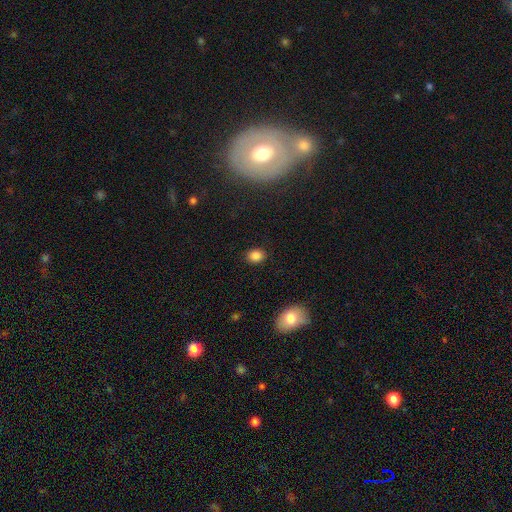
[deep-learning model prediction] The model was most divided on "how rounded": in between: 54%, round: 45%, cigar-shaped: 1%. More confident: merging — none (89%); smooth or featured — smooth (85%).